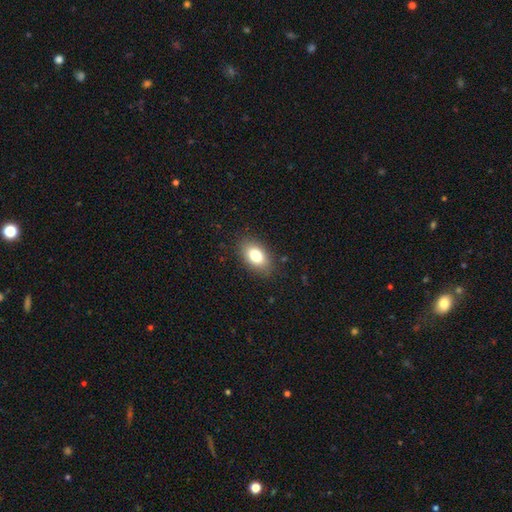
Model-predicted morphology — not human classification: A smooth galaxy with no disk features (81%) that is in between round and cigar-shaped (90%). Merging: none (86%).